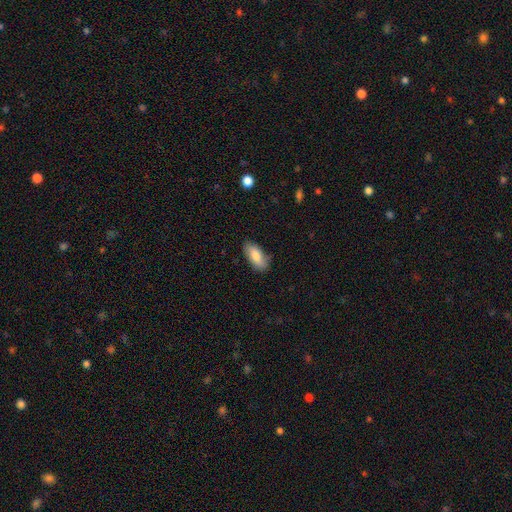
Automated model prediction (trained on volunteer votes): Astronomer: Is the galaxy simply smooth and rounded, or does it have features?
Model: smooth — 79%.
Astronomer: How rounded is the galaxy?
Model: in between — 88%.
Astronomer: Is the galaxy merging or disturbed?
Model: none — 77%.